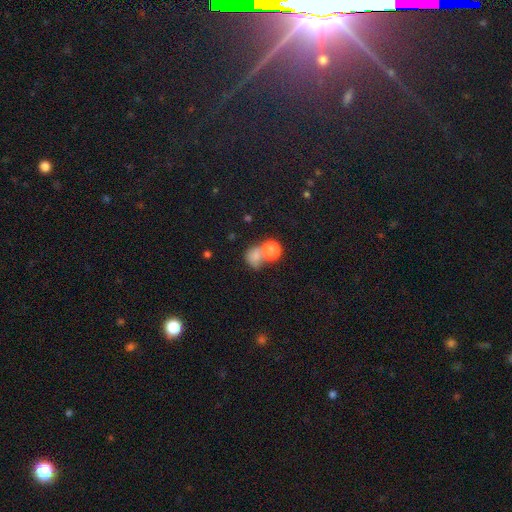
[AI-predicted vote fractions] A smooth galaxy with no disk features (74%) that is round (62%).

Vote fractions:
- Smooth or featured? smooth: 74% / star or artifact: 14% / featured or disk: 12%
- How rounded? round: 62% / in between: 37% / cigar-shaped: 1%
- Merging? merger: 48% / none: 31% / minor disturbance: 12% / major disturbance: 9%